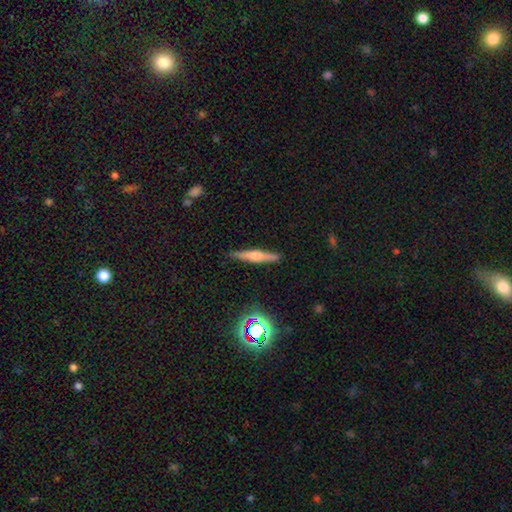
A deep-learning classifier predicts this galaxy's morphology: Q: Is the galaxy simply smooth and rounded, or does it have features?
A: featured or disk — 55%.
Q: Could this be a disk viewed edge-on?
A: yes — 96%.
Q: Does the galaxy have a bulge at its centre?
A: rounded — 76%.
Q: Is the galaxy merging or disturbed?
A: none — 89%.